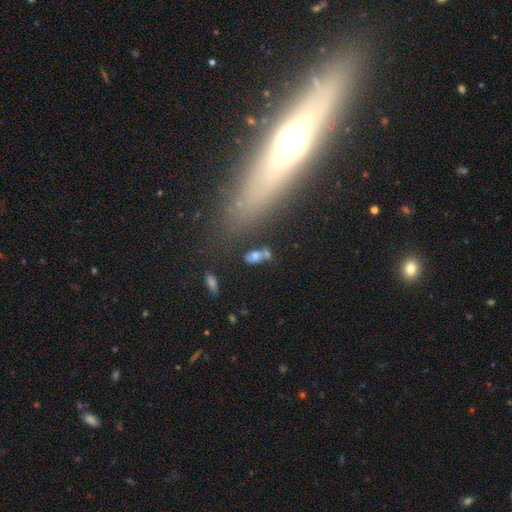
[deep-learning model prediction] A smooth galaxy with no disk features (65%) that is in between round and cigar-shaped (81%).

Vote fractions:
- Smooth or featured? smooth: 65% / featured or disk: 19% / star or artifact: 16%
- How rounded? in between: 81% / round: 11% / cigar-shaped: 8%
- Merging? none: 49% / merger: 23% / minor disturbance: 17% / major disturbance: 11%